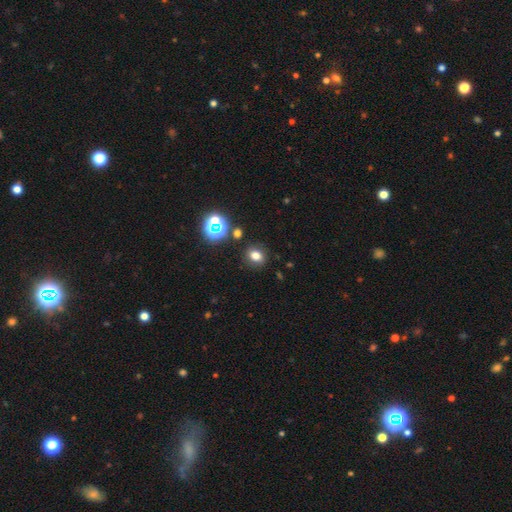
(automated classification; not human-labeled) The model was most divided on "how rounded": round: 55%, in between: 43%, cigar-shaped: 1%. More confident: merging — none (85%); smooth or featured — smooth (72%).